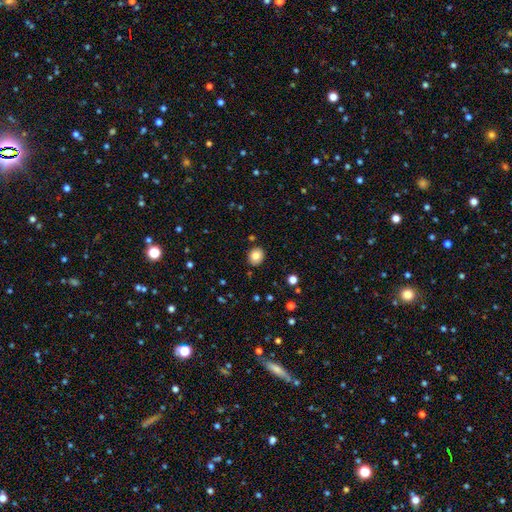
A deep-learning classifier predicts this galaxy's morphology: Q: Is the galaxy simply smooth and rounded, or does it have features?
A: smooth — 83%.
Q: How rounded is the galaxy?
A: round — 70%.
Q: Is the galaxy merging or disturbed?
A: none — 89%.